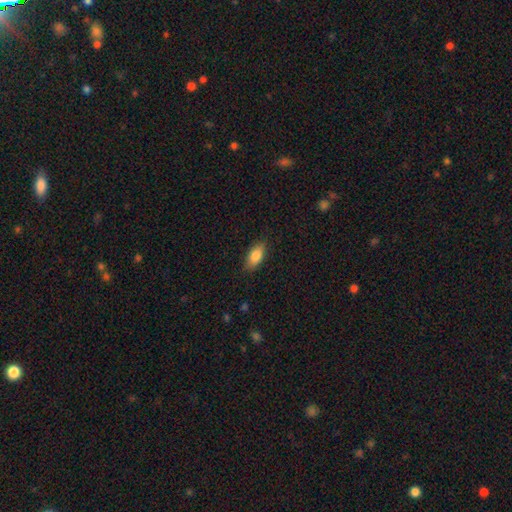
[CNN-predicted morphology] This is clearly a smooth galaxy (82%). How rounded: clearly in between (86%). Merging: clearly none (85%).